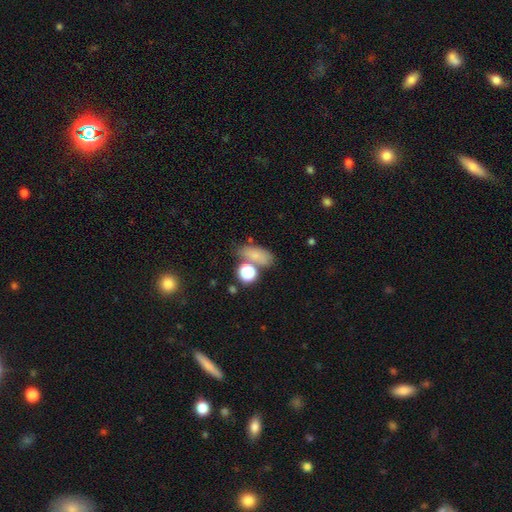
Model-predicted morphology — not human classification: Overall: smooth (75%). How rounded: in between (74%). Merging: none (55%; merger 20%).